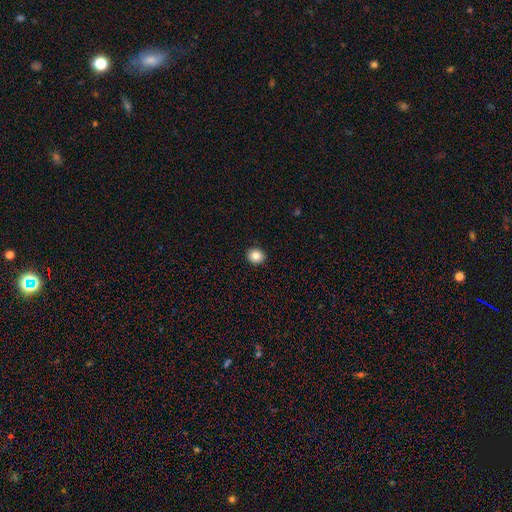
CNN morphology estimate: smooth_or_featured: smooth (p=0.84) [alt: star or artifact p=0.10]
how_rounded: round (p=0.74) [alt: in between p=0.25]
merging: none (p=0.92) [alt: minor disturbance p=0.05]